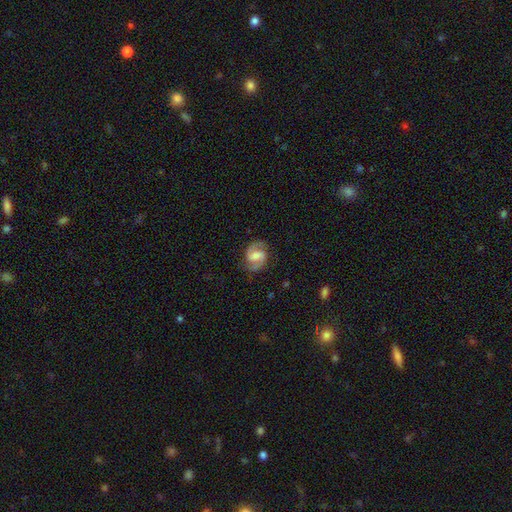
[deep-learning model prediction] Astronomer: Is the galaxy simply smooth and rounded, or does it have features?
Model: featured or disk — 84%.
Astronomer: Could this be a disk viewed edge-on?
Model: no — 98%.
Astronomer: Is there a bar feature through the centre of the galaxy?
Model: weak — 53% (runner-up: no, 28%).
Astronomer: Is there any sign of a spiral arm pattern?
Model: yes — 97%.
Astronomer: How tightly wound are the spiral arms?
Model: medium — 57%.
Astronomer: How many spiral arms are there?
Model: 2 — 93%.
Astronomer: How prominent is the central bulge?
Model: moderate — 43% (runner-up: small, 29%).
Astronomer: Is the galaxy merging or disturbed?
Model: none — 81%.